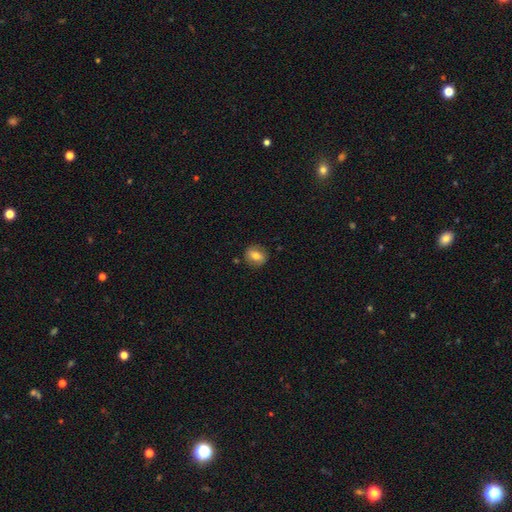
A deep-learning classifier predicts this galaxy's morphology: Smooth or featured?
  - smooth: 70% *
  - featured or disk: 21%
  - star or artifact: 9%
How rounded?
  - round: 63% *
  - in between: 36%
  - cigar-shaped: 1%
Merging?
  - none: 84% *
  - minor disturbance: 12%
  - major disturbance: 3%
  - merger: 2%